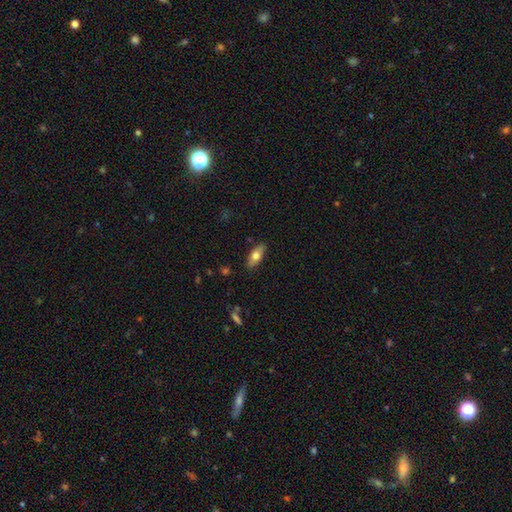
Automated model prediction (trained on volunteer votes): A smooth galaxy with no disk features (66%) that is in between round and cigar-shaped (73%). Merging: none (85%).